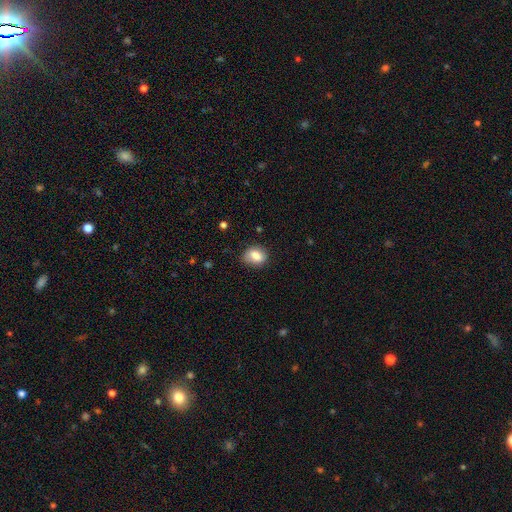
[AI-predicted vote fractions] smooth 81%, featured or disk 11%, star or artifact 8%. Down the decision tree: how rounded — in between (55%); merging — none (71%).